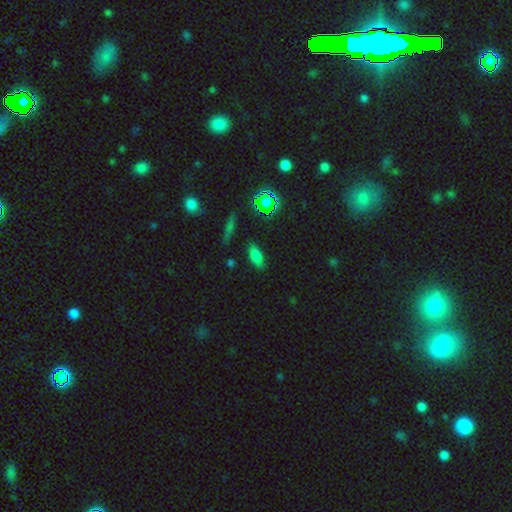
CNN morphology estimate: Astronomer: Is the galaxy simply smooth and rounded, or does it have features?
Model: smooth — 74%.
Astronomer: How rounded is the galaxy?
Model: in between — 81%.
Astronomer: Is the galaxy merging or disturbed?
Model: none — 83%.